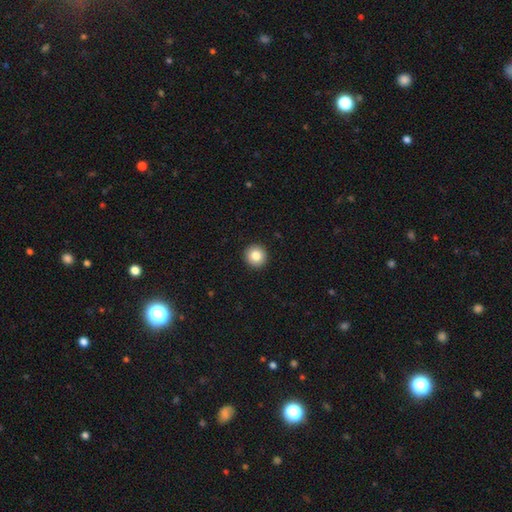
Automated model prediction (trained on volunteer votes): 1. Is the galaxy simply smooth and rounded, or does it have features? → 83% smooth, 9% star or artifact, 8% featured or disk.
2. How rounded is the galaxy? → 96% round, 3% in between, 1% cigar-shaped.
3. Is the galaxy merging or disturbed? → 94% none, 4% minor disturbance, 1% major disturbance, 1% merger.